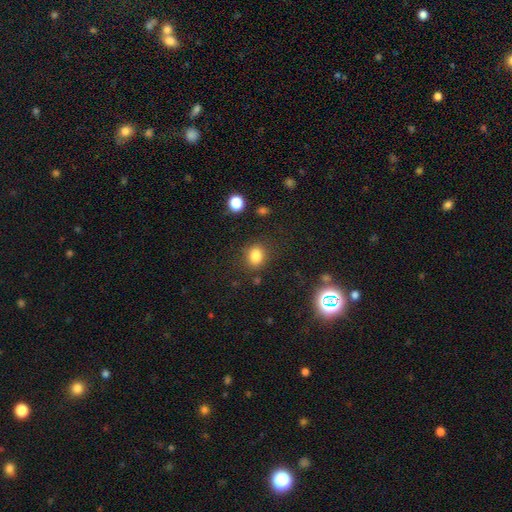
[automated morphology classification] type=smooth (82%); roundness=round (55%); merging=none (81%).